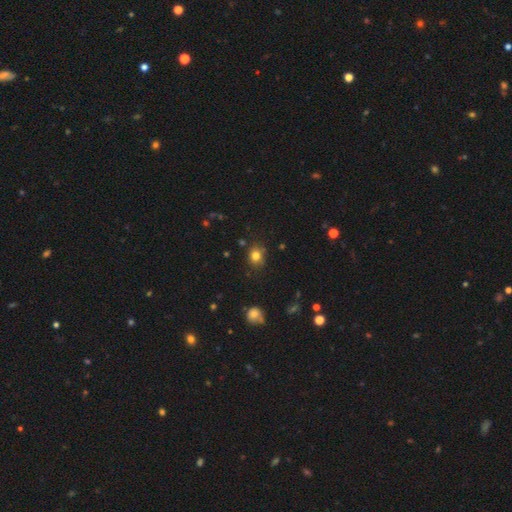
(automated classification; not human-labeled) Overall: smooth (80%). How rounded: round (70%). Merging: none (81%).